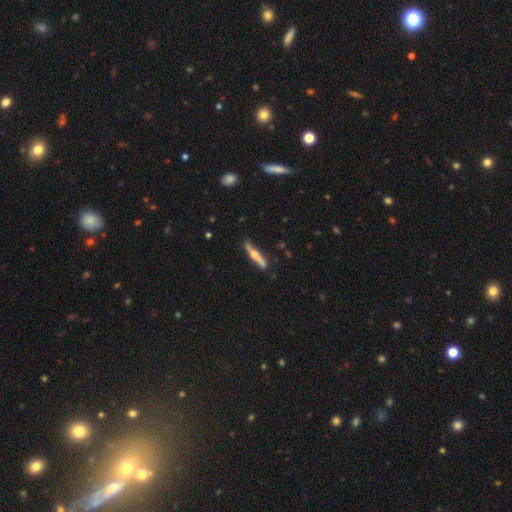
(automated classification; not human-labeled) This appears to be a featured or disk galaxy (51%) viewed edge-on (92%). Merging: none (75%).